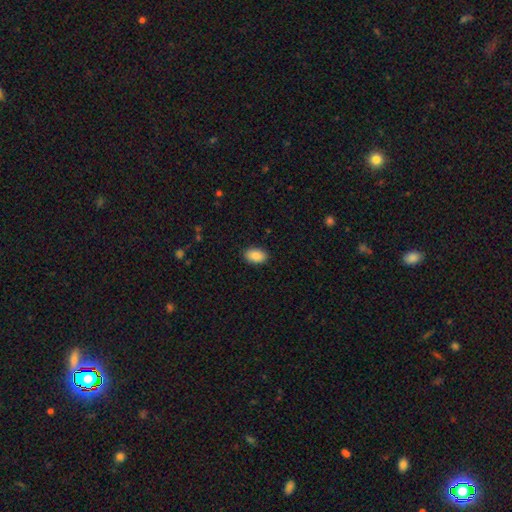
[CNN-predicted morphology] Smooth or featured: smooth — 89% (star or artifact — 7%)
How rounded: in between — 91% (round — 8%)
Merging: none — 89% (minor disturbance — 8%)